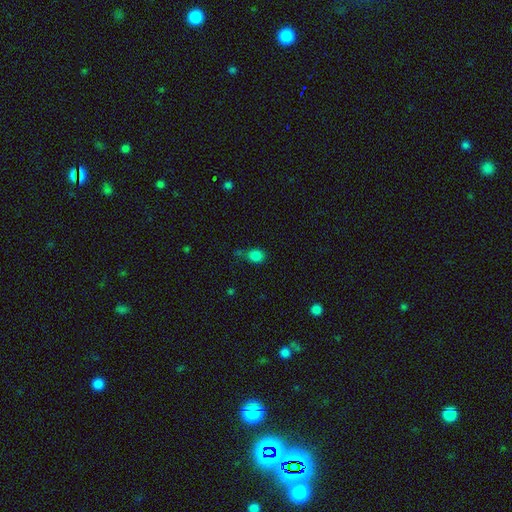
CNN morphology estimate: The model was most divided on "how rounded": round: 56%, in between: 43%, cigar-shaped: 1%. More confident: smooth or featured — smooth (82%); merging — none (67%).